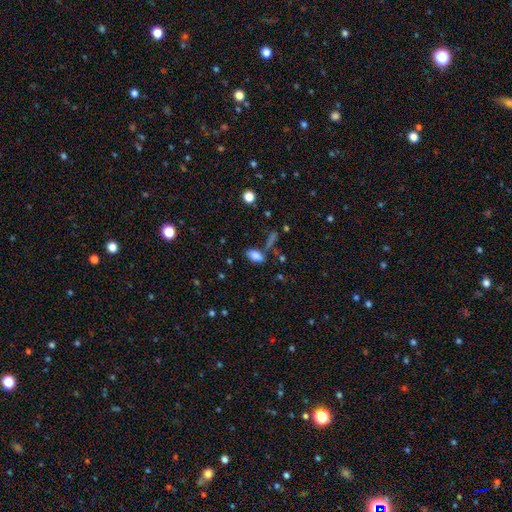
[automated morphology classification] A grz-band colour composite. It shows a smooth galaxy with no disk features (83%) that is in between round and cigar-shaped (91%). Merging: none (67%).